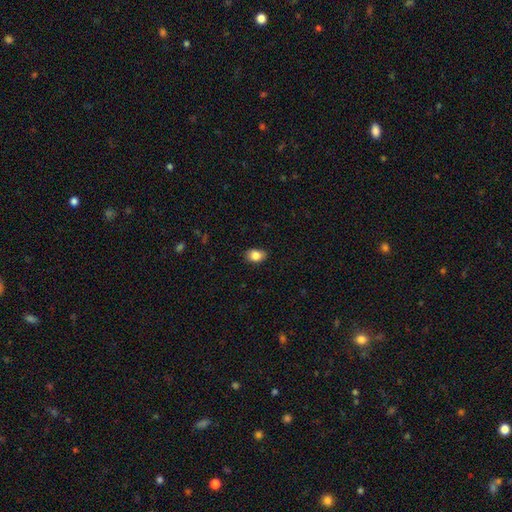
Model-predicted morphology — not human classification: A smooth galaxy with no disk features (85%) that is in between round and cigar-shaped (76%).

Vote fractions:
- Smooth or featured? smooth: 85% / star or artifact: 8% / featured or disk: 6%
- How rounded? in between: 76% / round: 22% / cigar-shaped: 1%
- Merging? none: 82% / minor disturbance: 15% / major disturbance: 2% / merger: 1%